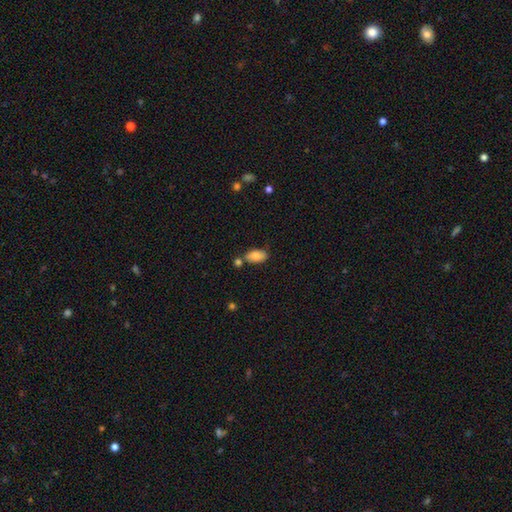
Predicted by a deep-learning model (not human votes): A smooth galaxy with no disk features (78%) that is in between round and cigar-shaped (92%). Merging: none (67%).